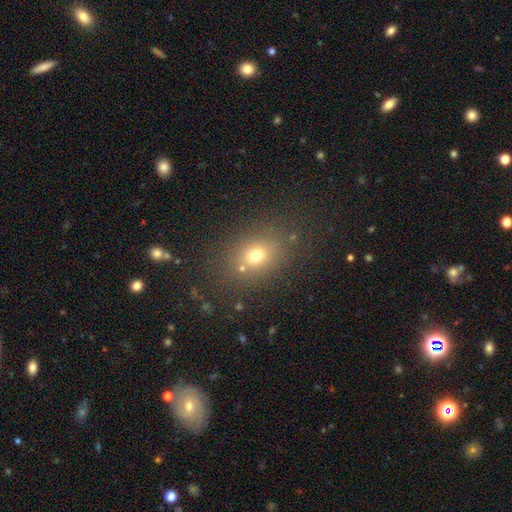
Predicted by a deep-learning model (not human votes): The model was most divided on "how rounded": in between: 55%, round: 44%, cigar-shaped: 1%. More confident: merging — none (77%); smooth or featured — smooth (70%).